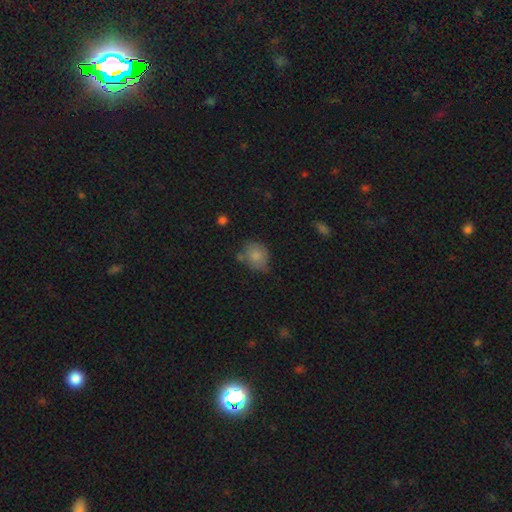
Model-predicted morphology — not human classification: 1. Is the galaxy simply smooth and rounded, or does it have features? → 77% smooth, 14% featured or disk, 9% star or artifact.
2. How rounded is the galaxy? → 55% round, 44% in between, 1% cigar-shaped.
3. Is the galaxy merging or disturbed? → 47% none, 33% minor disturbance, 10% major disturbance, 10% merger.